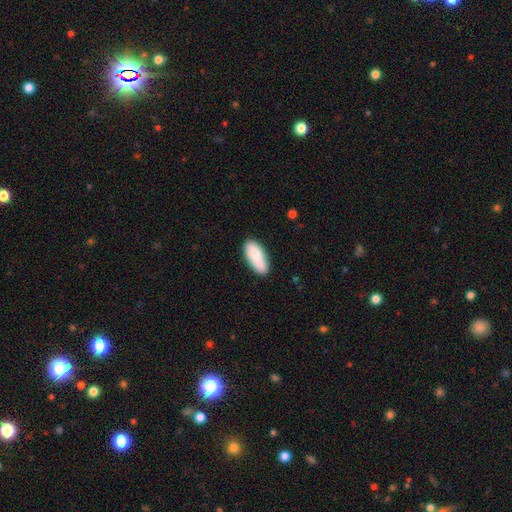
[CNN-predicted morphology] The model was most divided on "merging": none: 76%, minor disturbance: 18%, major disturbance: 3%, merger: 3%. More confident: how rounded — in between (84%); smooth or featured — smooth (79%).